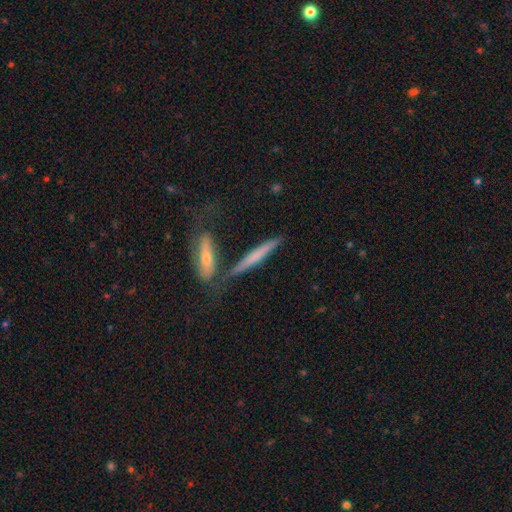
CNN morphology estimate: smooth_or_featured: smooth (p=0.51) [alt: featured or disk p=0.42]
how_rounded: cigar-shaped (p=0.92) [alt: in between p=0.06]
merging: none (p=0.64) [alt: merger p=0.18]